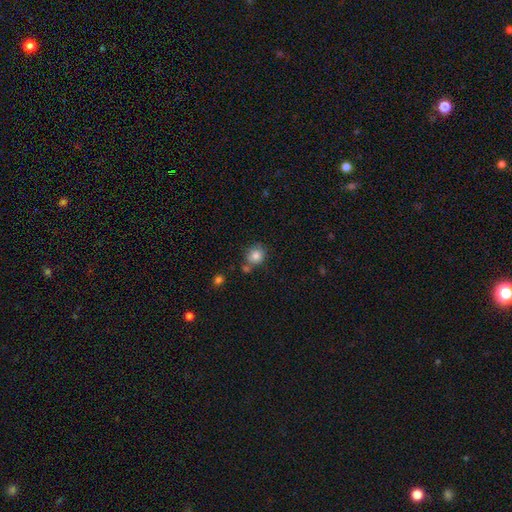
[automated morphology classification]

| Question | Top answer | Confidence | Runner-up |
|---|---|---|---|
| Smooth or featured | smooth | 83% | star or artifact (10%) |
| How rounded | round | 80% | in between (19%) |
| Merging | none | 64% | merger (17%) |